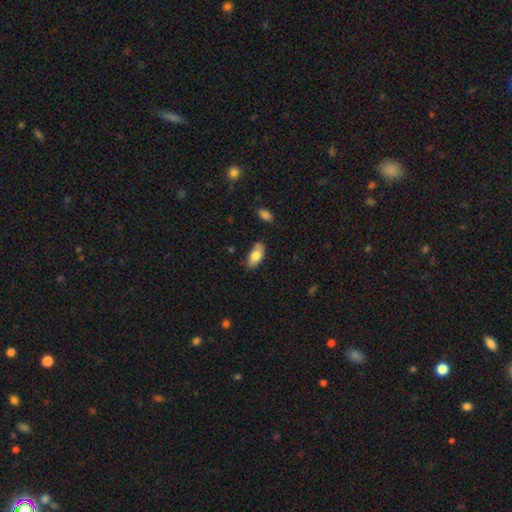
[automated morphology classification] smooth_or_featured: smooth (p=0.77) [alt: featured or disk p=0.16]
how_rounded: in between (p=0.91) [alt: cigar-shaped p=0.05]
merging: none (p=0.72) [alt: minor disturbance p=0.21]